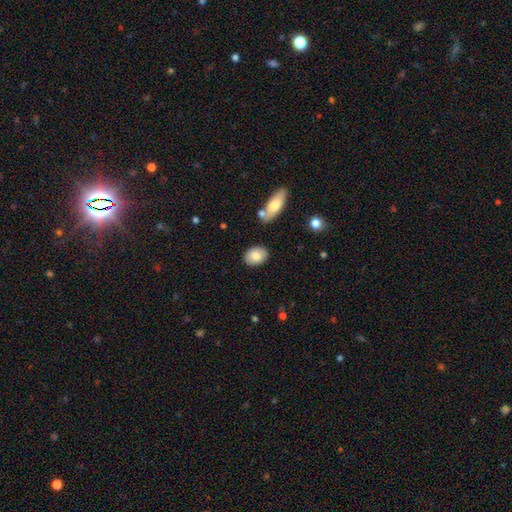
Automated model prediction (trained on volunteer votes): Morphology: type=smooth (80%); roundness=in between (79%); merging=none (86%).